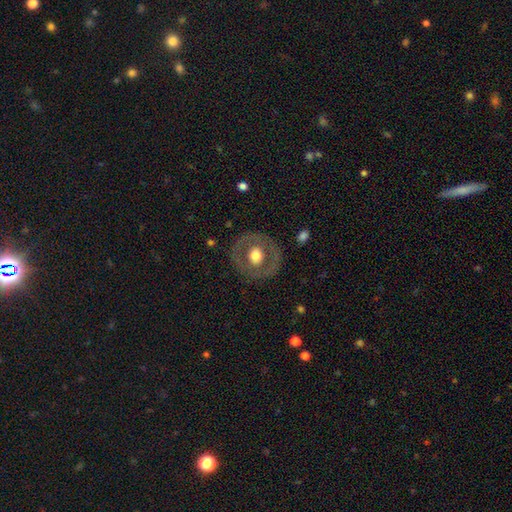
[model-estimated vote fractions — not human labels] A smooth galaxy with no disk features (47%, tied with featured or disk). Merging: none (82%).